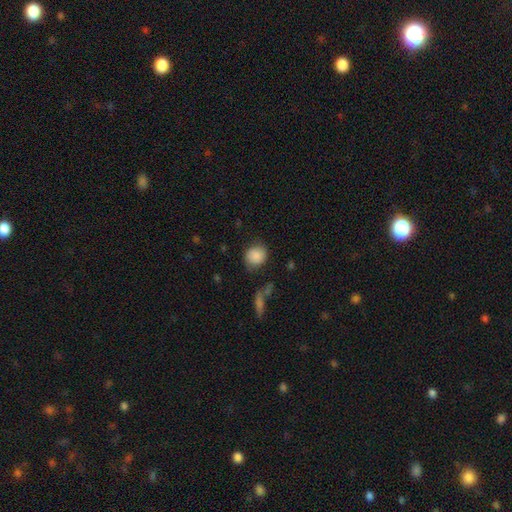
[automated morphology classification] Overall: smooth (86%). How rounded: round (80%). Merging: none (77%).